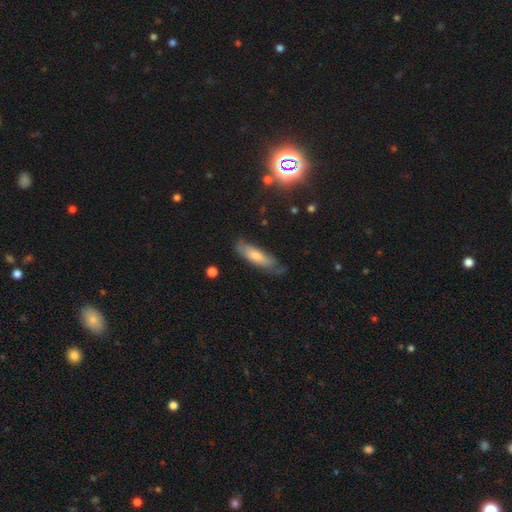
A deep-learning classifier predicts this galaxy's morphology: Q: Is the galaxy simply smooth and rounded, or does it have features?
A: smooth — 67%.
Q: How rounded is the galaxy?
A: cigar-shaped — 56%.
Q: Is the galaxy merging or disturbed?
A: none — 62%.